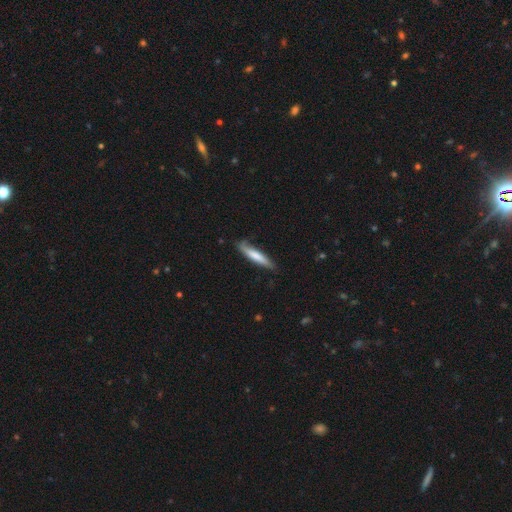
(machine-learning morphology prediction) This is likely a smooth galaxy (69%). How rounded: clearly cigar-shaped (87%). Merging: likely none (71%).